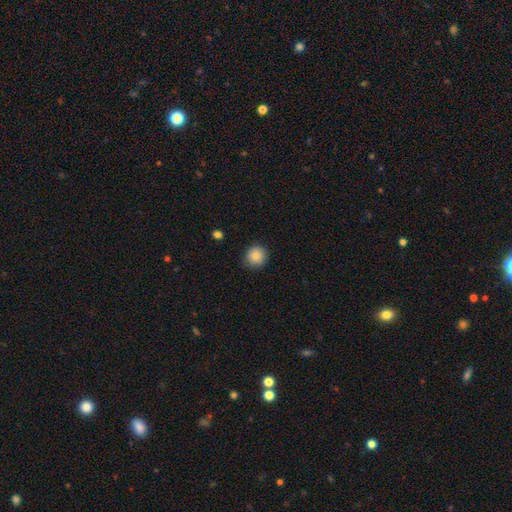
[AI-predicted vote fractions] Smooth or featured?
  - smooth: 85% *
  - star or artifact: 9%
  - featured or disk: 5%
How rounded?
  - round: 90% *
  - in between: 9%
  - cigar-shaped: 1%
Merging?
  - none: 87% *
  - minor disturbance: 10%
  - major disturbance: 2%
  - merger: 1%